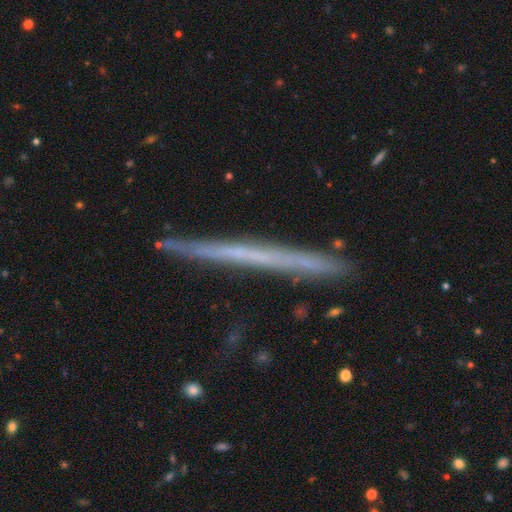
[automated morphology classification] Smooth or featured?
  - featured or disk: 61% *
  - smooth: 32%
  - star or artifact: 7%
Edge-on disk?
  - yes: 96% *
  - no: 4%
Edge-on bulge?
  - none: 93% *
  - rounded: 4%
  - boxy: 2%
Merging?
  - none: 89% *
  - minor disturbance: 9%
  - major disturbance: 1%
  - merger: 1%